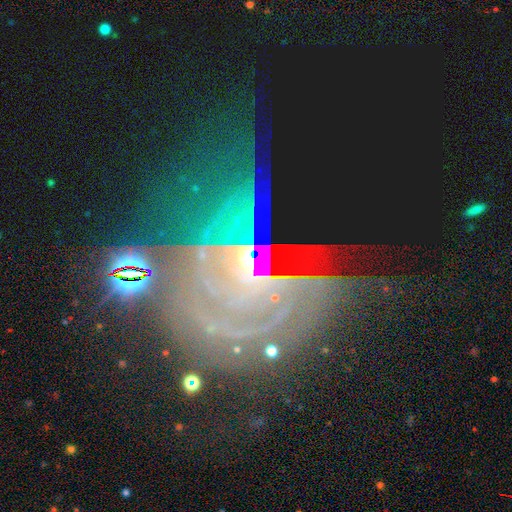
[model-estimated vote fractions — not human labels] The model was most divided on "merging": none: 38%, major disturbance: 30%, minor disturbance: 17%, merger: 15%. More confident: edge-on disk — no (89%); bar — no (68%); spiral arms — yes (60%); smooth or featured — featured or disk (58%); bulge size — small (55%).